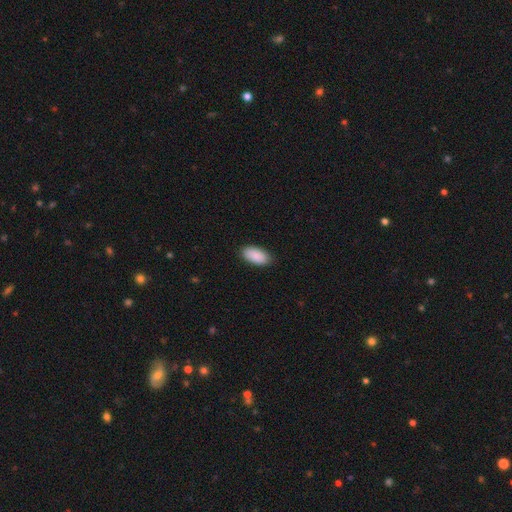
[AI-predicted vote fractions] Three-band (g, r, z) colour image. It shows a smooth galaxy with no disk features (91%) that is in between round and cigar-shaped (94%). Merging: none (87%).